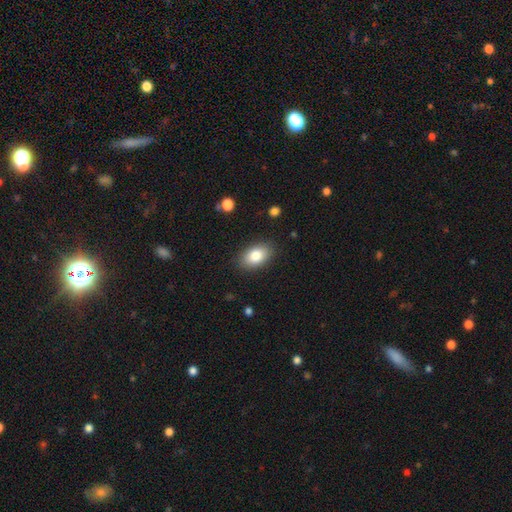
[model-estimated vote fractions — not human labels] smooth_or_featured: smooth (p=0.83) [alt: featured or disk p=0.10]
how_rounded: in between (p=0.90) [alt: round p=0.08]
merging: none (p=0.87) [alt: minor disturbance p=0.10]